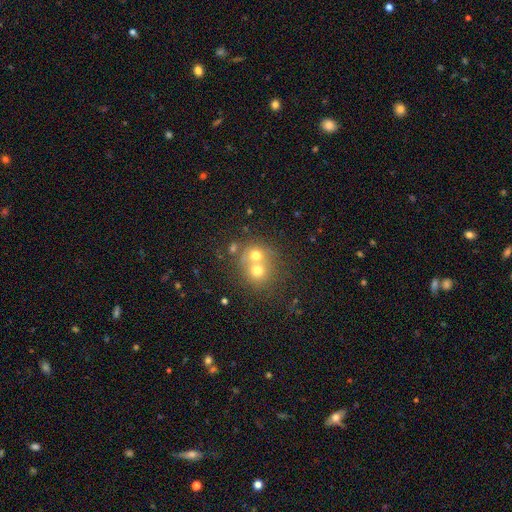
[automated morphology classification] Smooth or featured?
  - smooth: 59% *
  - featured or disk: 23%
  - star or artifact: 18%
How rounded?
  - round: 79% *
  - in between: 20%
  - cigar-shaped: 1%
Merging?
  - merger: 58% *
  - none: 34%
  - minor disturbance: 6%
  - major disturbance: 3%